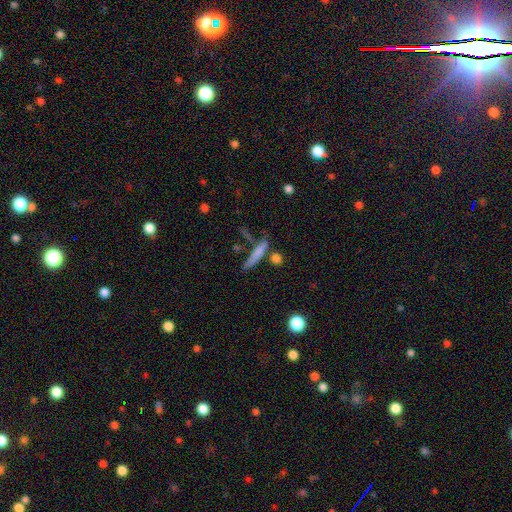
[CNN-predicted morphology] Smooth or featured? Predicted: smooth (p=0.63). How rounded? Predicted: cigar-shaped (p=0.89). Merging? Predicted: none (p=0.65).